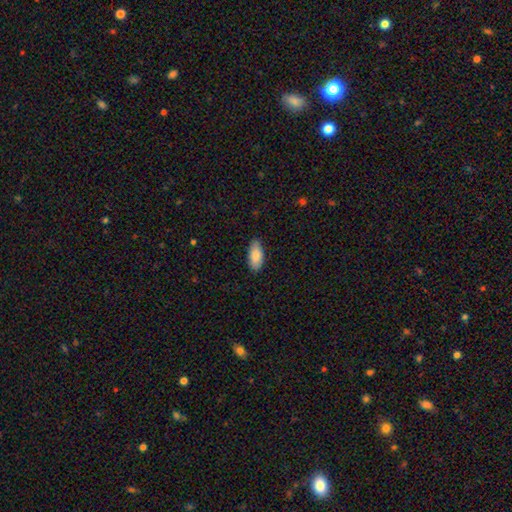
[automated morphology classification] smooth-or-featured: smooth: 85% | featured or disk: 9% | star or artifact: 6%
  how-rounded: in between: 89% | cigar-shaped: 9% | round: 2%
  merging: none: 82% | minor disturbance: 15% | major disturbance: 2% | merger: 1%